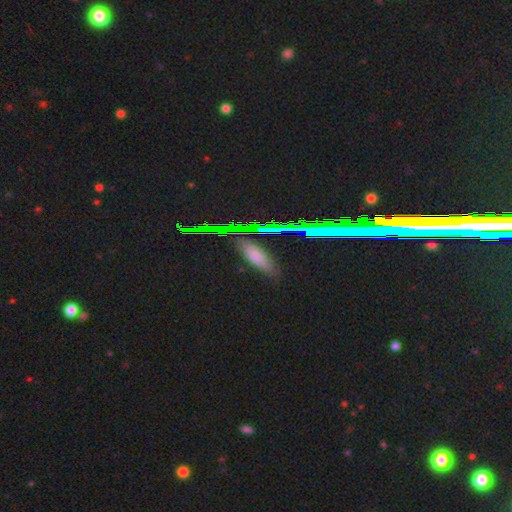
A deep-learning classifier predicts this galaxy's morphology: Overall: smooth (59%; star or artifact 28%). How rounded: in between (56%; cigar-shaped 38%). Merging: none (84%).